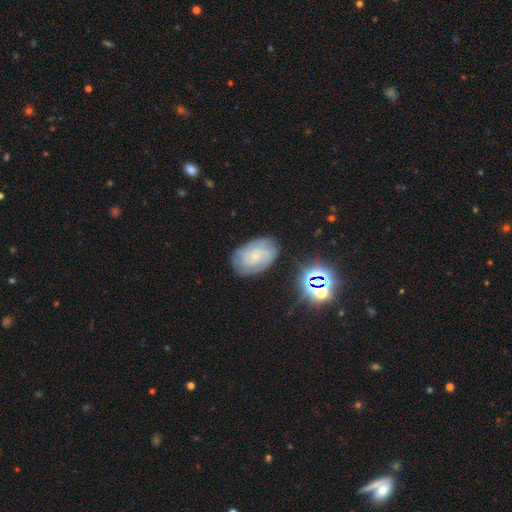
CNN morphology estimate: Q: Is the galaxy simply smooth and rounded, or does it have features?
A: featured or disk — 68%.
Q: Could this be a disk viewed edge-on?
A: no — 97%.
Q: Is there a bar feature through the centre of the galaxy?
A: no — 70%.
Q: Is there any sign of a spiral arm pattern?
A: yes — 92%.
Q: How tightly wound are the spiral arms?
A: tight — 60%.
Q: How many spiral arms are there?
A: can't tell — 38%.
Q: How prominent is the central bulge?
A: small — 77%.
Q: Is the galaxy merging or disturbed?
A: none — 76%.